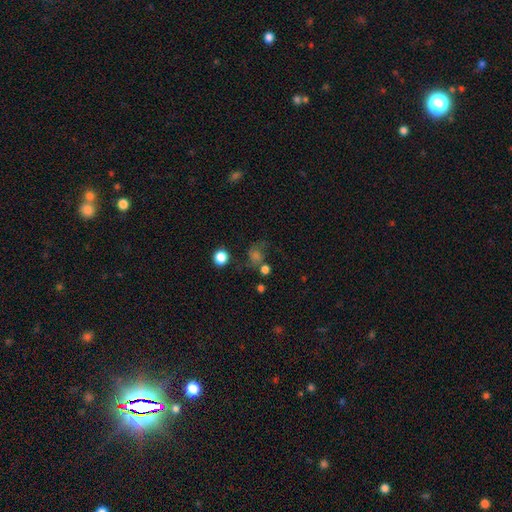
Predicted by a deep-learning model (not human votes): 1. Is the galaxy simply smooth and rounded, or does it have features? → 40% smooth, 31% star or artifact, 29% featured or disk.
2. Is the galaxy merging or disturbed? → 52% none, 19% minor disturbance, 18% major disturbance, 12% merger.